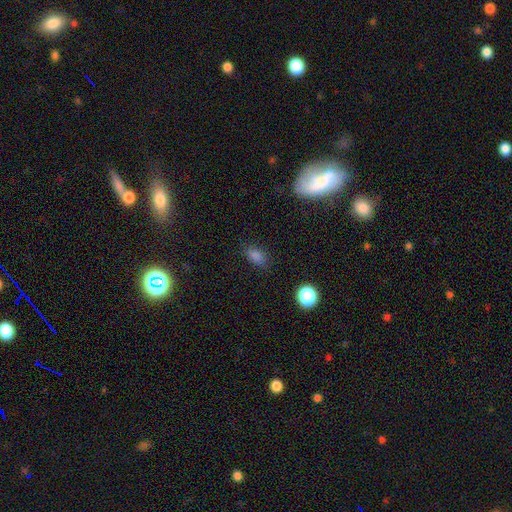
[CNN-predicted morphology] smooth_or_featured: smooth (p=0.77) [alt: star or artifact p=0.17]
how_rounded: in between (p=0.83) [alt: round p=0.14]
merging: none (p=0.80) [alt: minor disturbance p=0.14]